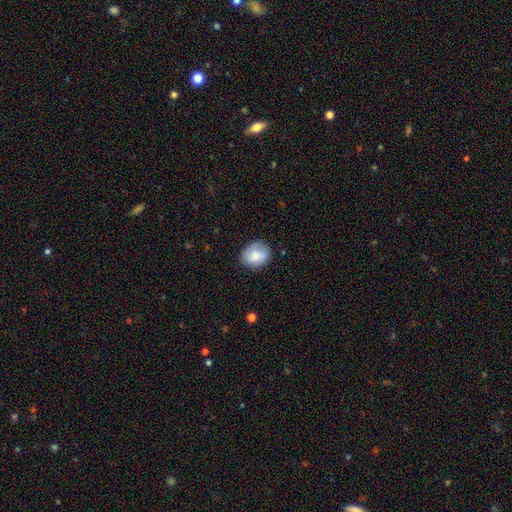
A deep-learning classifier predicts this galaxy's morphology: The model was most divided on "how rounded": round: 51%, in between: 48%, cigar-shaped: 1%. More confident: merging — none (79%); smooth or featured — smooth (76%).